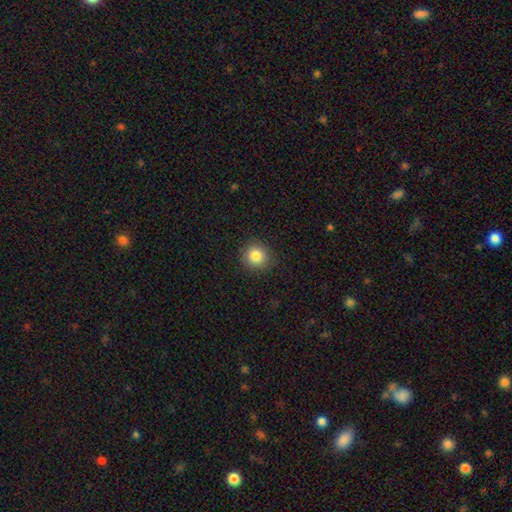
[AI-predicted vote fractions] This is clearly a smooth galaxy (85%). How rounded: clearly round (92%). Merging: clearly none (90%).